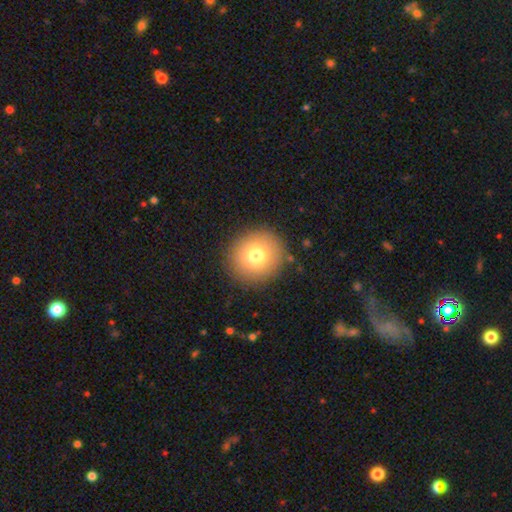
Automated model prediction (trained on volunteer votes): The model was most divided on "smooth or featured": smooth: 74%, featured or disk: 14%, star or artifact: 12%. More confident: how rounded — round (92%); merging — none (88%).